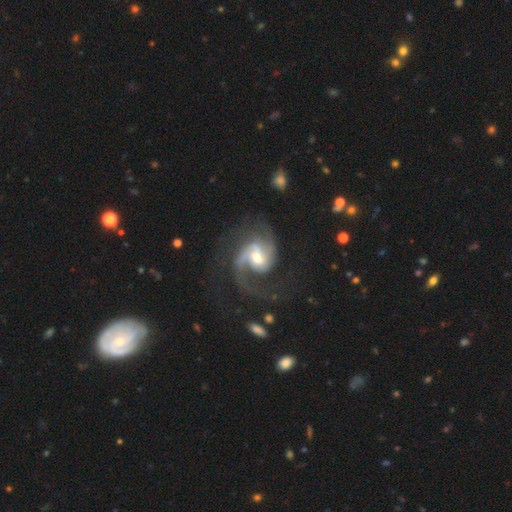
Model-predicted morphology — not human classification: smooth-or-featured: featured or disk: 89% | smooth: 6% | star or artifact: 5%
  disk-edge-on: no: 98% | yes: 2%
    bar: weak: 50% | no: 31% | strong: 19%
    has-spiral-arms: yes: 98% | no: 2%
      spiral-winding: medium: 52% | loose: 31% | tight: 17%
      spiral-arm-count: 2: 65% | 3: 13% | 1: 9% | can't tell: 7% | 4: 3% | more than 4: 3%
    bulge-size: moderate: 59% | small: 23% | large: 14% | none: 3% | dominant: 2%
  merging: none: 56% | major disturbance: 24% | minor disturbance: 16% | merger: 4%